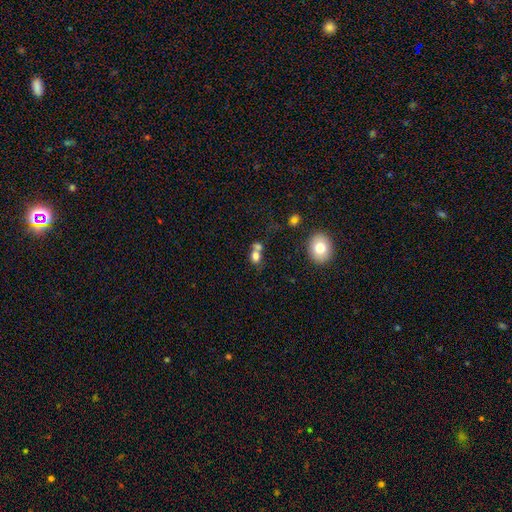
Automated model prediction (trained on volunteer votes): smooth 76%, star or artifact 12%, featured or disk 12%. Down the decision tree: how rounded — round (52%); merging — merger (53%).